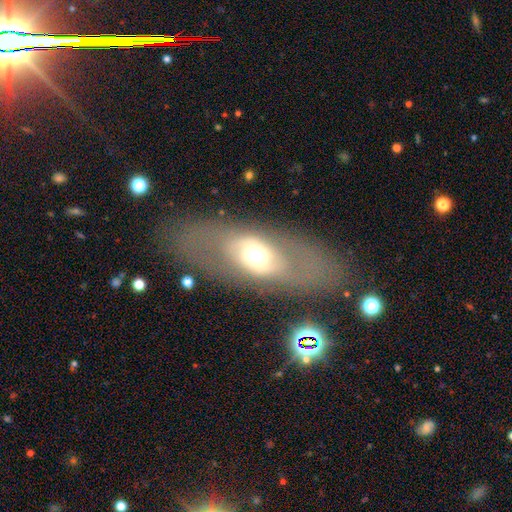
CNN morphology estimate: The model was most divided on "smooth or featured": featured or disk: 54%, smooth: 37%, star or artifact: 9%. More confident: edge-on disk — no (80%); merging — none (73%).